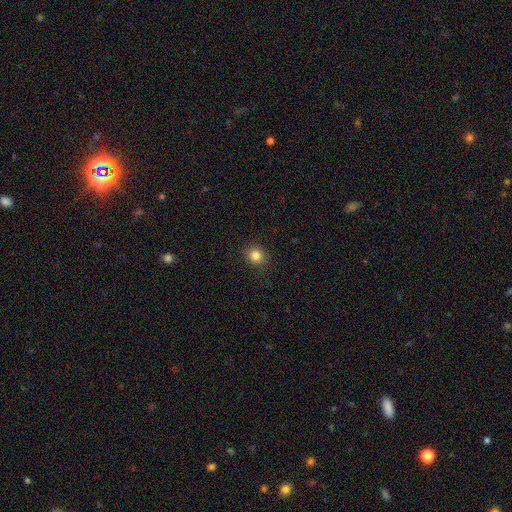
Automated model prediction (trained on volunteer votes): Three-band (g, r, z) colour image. It shows a smooth galaxy with no disk features (83%) that is round (83%). Merging: none (89%).